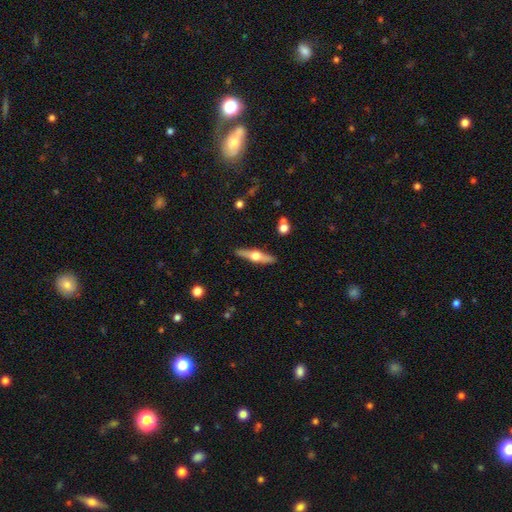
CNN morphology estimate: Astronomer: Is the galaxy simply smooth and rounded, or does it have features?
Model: featured or disk — 69%.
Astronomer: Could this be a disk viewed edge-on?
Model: yes — 96%.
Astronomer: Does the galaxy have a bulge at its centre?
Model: rounded — 96%.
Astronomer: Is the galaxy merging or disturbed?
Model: none — 89%.